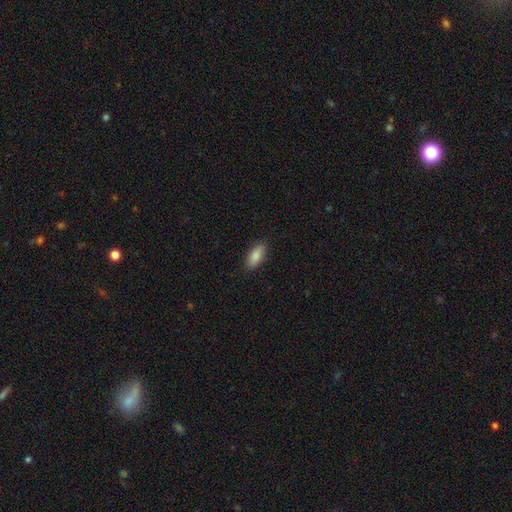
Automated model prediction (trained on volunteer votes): smooth-or-featured: smooth: 87% | star or artifact: 6% | featured or disk: 6%
  how-rounded: in between: 85% | cigar-shaped: 13% | round: 2%
  merging: none: 87% | minor disturbance: 10% | major disturbance: 2% | merger: 1%